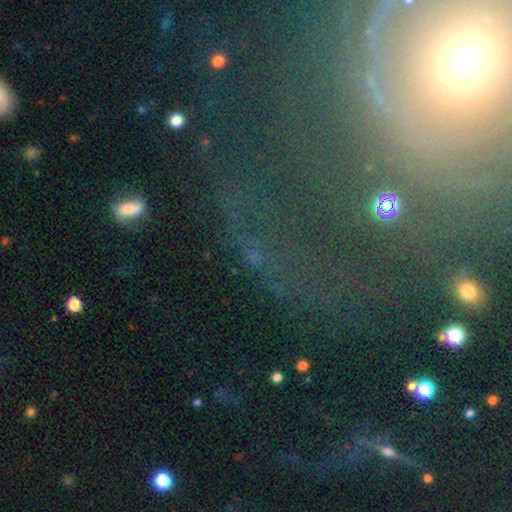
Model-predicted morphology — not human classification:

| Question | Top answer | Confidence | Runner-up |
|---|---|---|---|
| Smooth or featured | star or artifact | 59% | featured or disk (22%) |